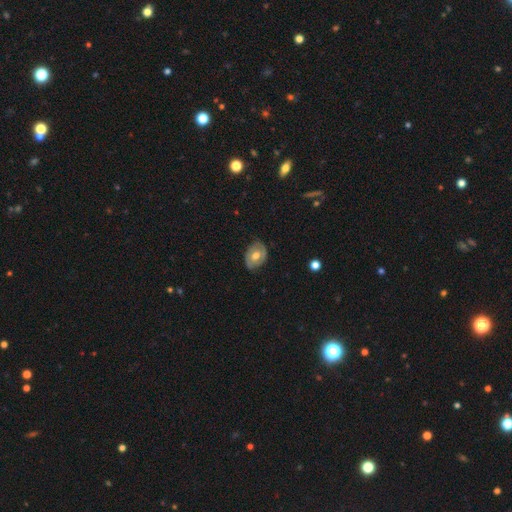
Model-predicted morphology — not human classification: Overall: smooth (48%; featured or disk 45%). Merging: none (77%).